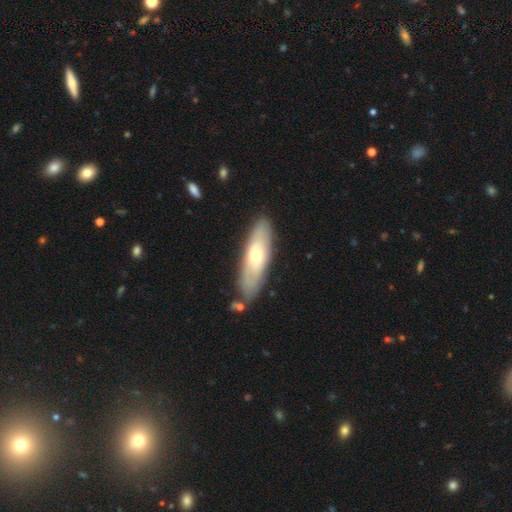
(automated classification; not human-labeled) smooth_or_featured: featured or disk (p=0.49) [alt: smooth p=0.46]
merging: none (p=0.80) [alt: minor disturbance p=0.13]